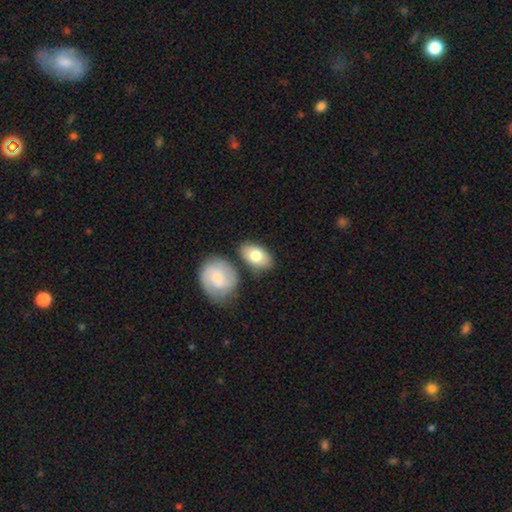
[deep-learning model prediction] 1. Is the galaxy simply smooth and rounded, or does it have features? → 75% smooth, 20% featured or disk, 5% star or artifact.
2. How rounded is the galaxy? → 89% in between, 10% round, 2% cigar-shaped.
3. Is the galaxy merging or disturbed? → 70% none, 14% minor disturbance, 12% merger, 4% major disturbance.